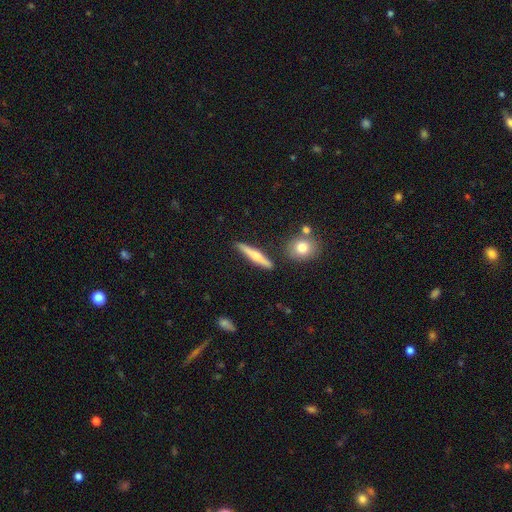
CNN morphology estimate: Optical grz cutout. It shows a smooth galaxy with no disk features (51%) that is cigar-shaped (89%). Merging: none (85%).